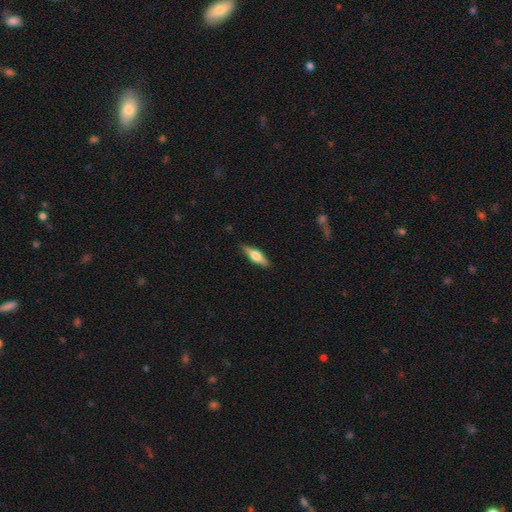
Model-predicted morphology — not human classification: Smooth or featured?
  - featured or disk: 57% *
  - smooth: 37%
  - star or artifact: 6%
Edge-on disk?
  - yes: 95% *
  - no: 5%
Edge-on bulge?
  - rounded: 92% *
  - boxy: 6%
  - none: 2%
Merging?
  - none: 88% *
  - minor disturbance: 9%
  - major disturbance: 2%
  - merger: 1%